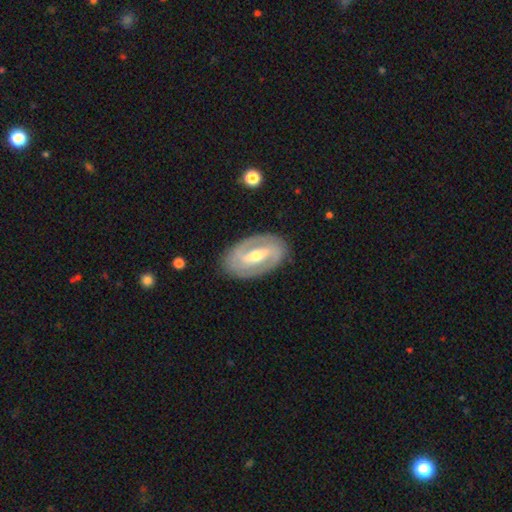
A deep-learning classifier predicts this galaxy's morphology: Q: Smooth or featured?
A: featured or disk (84%); runner-up: smooth (12%)
Q: Edge-on disk?
A: no (94%); runner-up: yes (6%)
Q: Bar?
A: strong (61%); runner-up: weak (28%)
Q: Spiral arms?
A: yes (84%); runner-up: no (16%)
Q: Spiral winding?
A: tight (48%); runner-up: medium (39%)
Q: Spiral arm count?
A: 2 (87%); runner-up: can't tell (7%)
Q: Bulge size?
A: moderate (60%); runner-up: small (34%)
Q: Merging?
A: none (86%); runner-up: minor disturbance (10%)